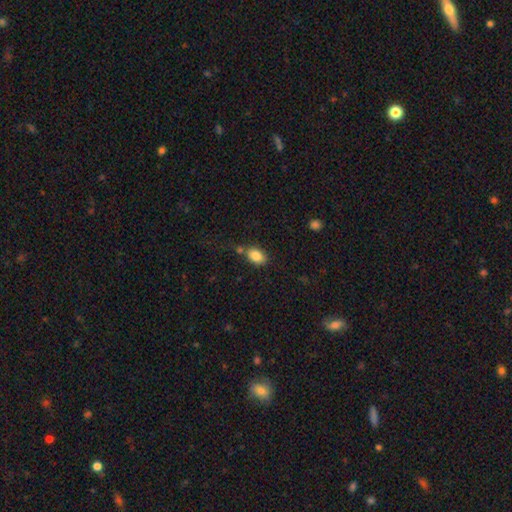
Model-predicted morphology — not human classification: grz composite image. It shows a smooth galaxy with no disk features (86%) that is in between round and cigar-shaped (82%). Merging: none (66%).